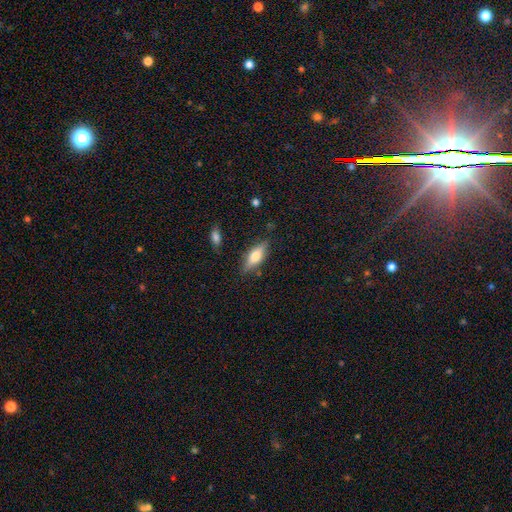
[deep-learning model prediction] This is likely a smooth galaxy (61%). How rounded: likely in between (63%). Merging: clearly none (81%).